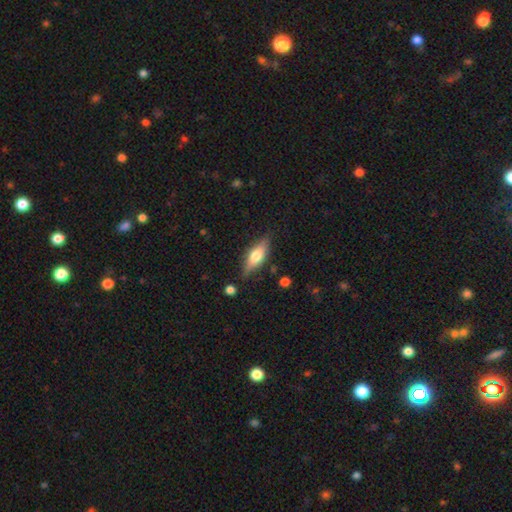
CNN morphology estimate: A smooth galaxy with no disk features (50%). Merging: none (81%).